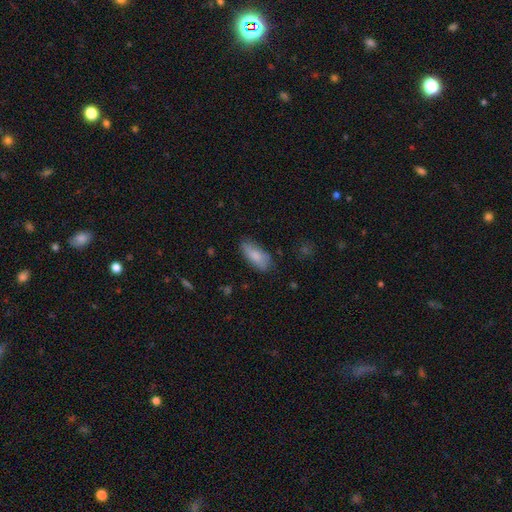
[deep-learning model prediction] Smooth or featured?
  - smooth: 81% *
  - featured or disk: 13%
  - star or artifact: 6%
How rounded?
  - in between: 81% *
  - cigar-shaped: 17%
  - round: 2%
Merging?
  - none: 76% *
  - minor disturbance: 19%
  - major disturbance: 4%
  - merger: 2%